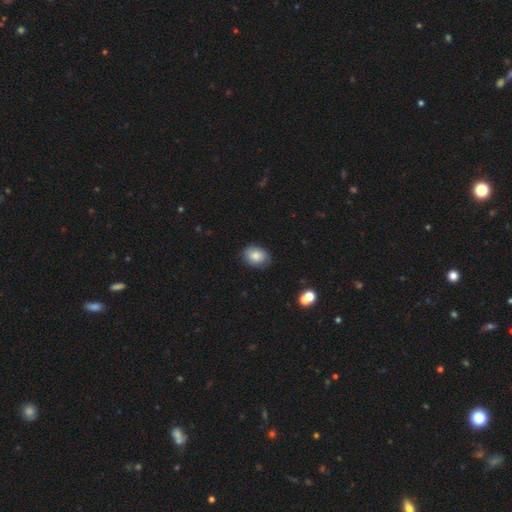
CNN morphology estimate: smooth 82%, featured or disk 10%, star or artifact 8%. Down the decision tree: how rounded — in between (69%); merging — none (83%).